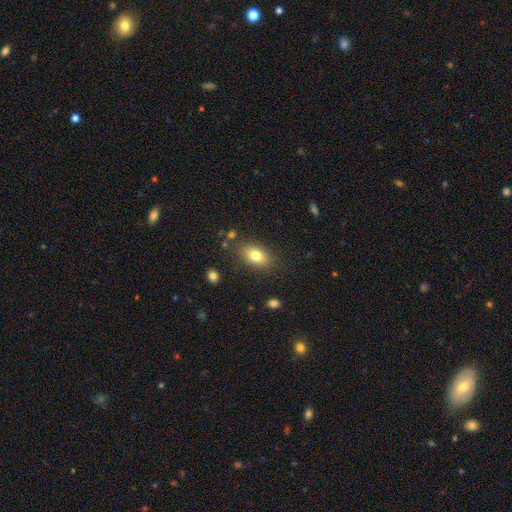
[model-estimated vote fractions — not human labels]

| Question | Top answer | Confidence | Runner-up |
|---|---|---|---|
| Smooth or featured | smooth | 79% | featured or disk (11%) |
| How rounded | in between | 86% | round (12%) |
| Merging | none | 82% | minor disturbance (12%) |